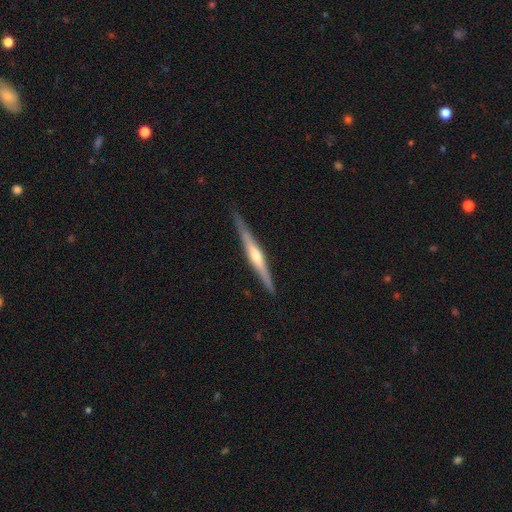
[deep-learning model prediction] Smooth or featured? featured or disk (72%)
Edge-on disk? yes (98%)
Edge-on bulge? rounded (75%)
Merging? none (88%)